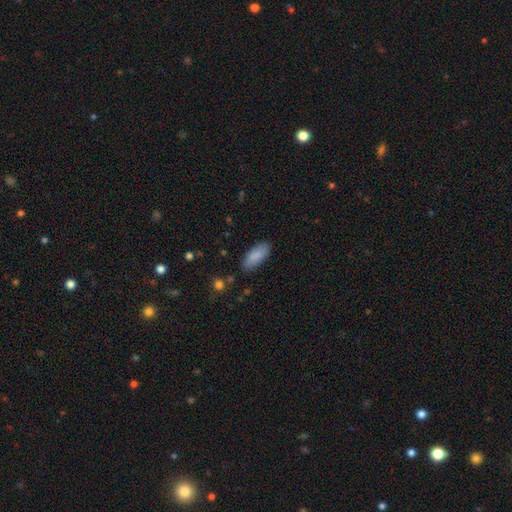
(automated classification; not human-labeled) A smooth galaxy with no disk features (87%) that is in between round and cigar-shaped (80%). Merging: none (84%).